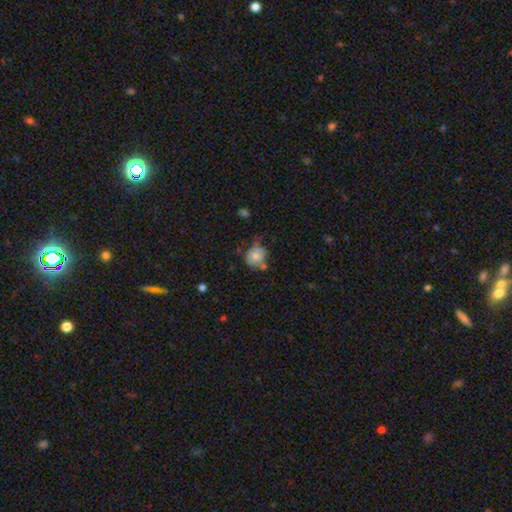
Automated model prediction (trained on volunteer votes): This appears to be a smooth galaxy with no disk features (69%) that is round (76%). Merging: none (47%).